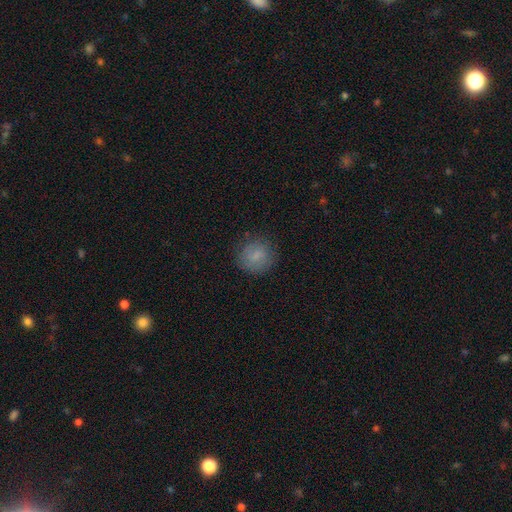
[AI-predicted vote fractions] Smooth or featured: smooth — 80% (featured or disk — 12%)
How rounded: round — 88% (in between — 11%)
Merging: none — 83% (minor disturbance — 12%)